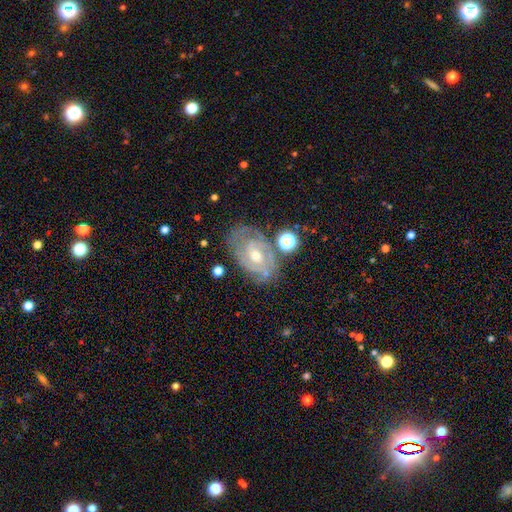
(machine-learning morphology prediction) smooth-or-featured: featured or disk: 84% | smooth: 9% | star or artifact: 7%
  disk-edge-on: no: 96% | yes: 4%
    bar: no: 52% | weak: 38% | strong: 10%
    has-spiral-arms: yes: 94% | no: 6%
      spiral-winding: tight: 67% | medium: 27% | loose: 6%
      spiral-arm-count: 2: 37% | can't tell: 28% | 3: 21% | 4: 6% | 1: 4% | more than 4: 4%
    bulge-size: moderate: 57% | small: 39% | large: 2% | none: 1% | dominant: 1%
  merging: none: 69% | minor disturbance: 19% | major disturbance: 7% | merger: 5%